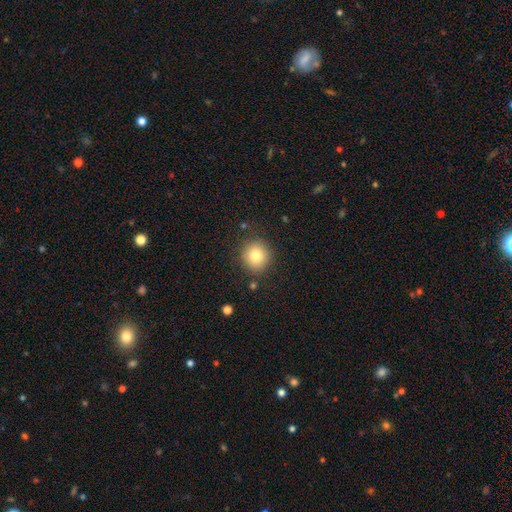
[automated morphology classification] Smooth or featured? Predicted: smooth (p=0.80). How rounded? Predicted: round (p=0.91). Merging? Predicted: none (p=0.86).